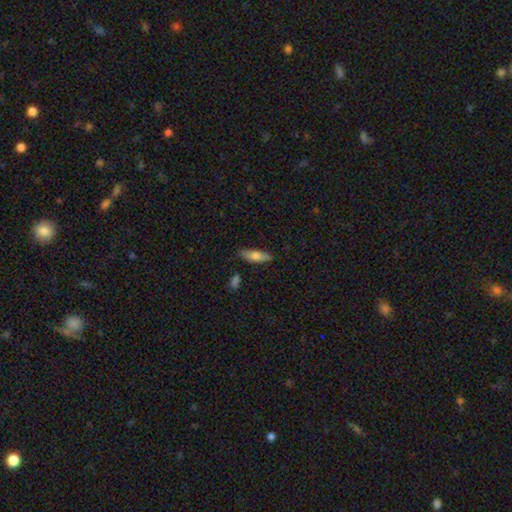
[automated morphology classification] This appears to be a smooth galaxy with no disk features (72%) that is in between round and cigar-shaped (49%). Merging: none (81%).